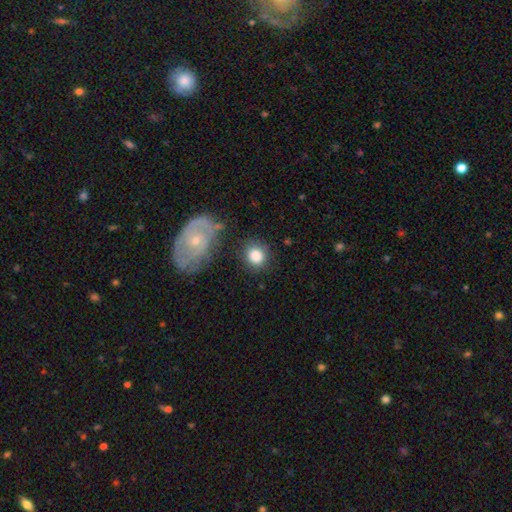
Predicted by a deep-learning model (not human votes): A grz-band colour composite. It shows a smooth galaxy with no disk features (80%) that is round (82%). Merging: none (75%).